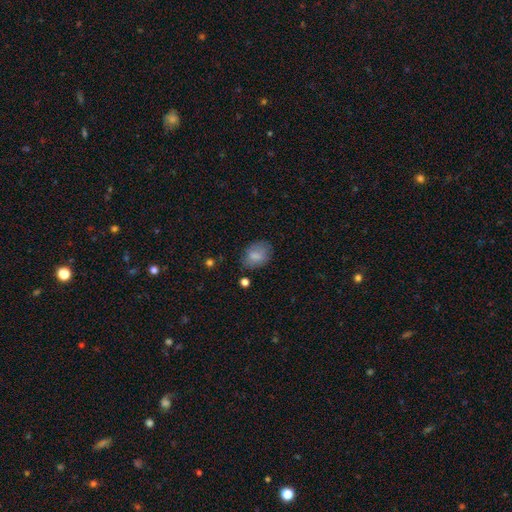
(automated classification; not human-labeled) Q: Smooth or featured?
A: smooth (80%); runner-up: featured or disk (11%)
Q: How rounded?
A: in between (74%); runner-up: round (24%)
Q: Merging?
A: none (72%); runner-up: minor disturbance (20%)